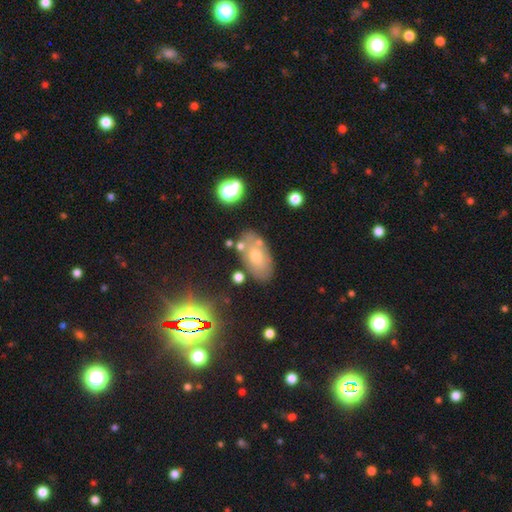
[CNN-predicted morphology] Smooth or featured: smooth — 55% (featured or disk — 29%)
How rounded: in between — 91% (round — 6%)
Merging: none — 69% (minor disturbance — 16%)